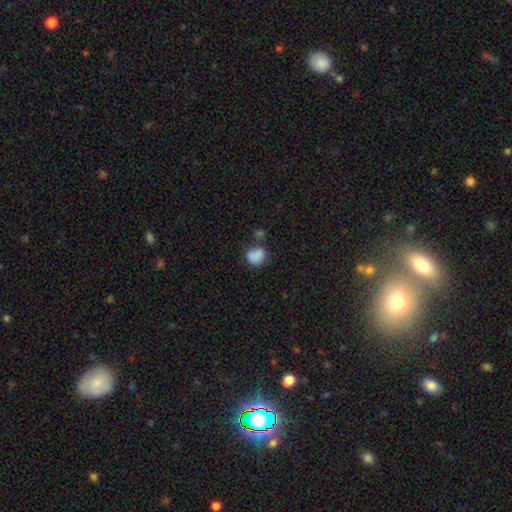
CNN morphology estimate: smooth_or_featured: smooth (p=0.83) [alt: star or artifact p=0.10]
how_rounded: round (p=0.64) [alt: in between p=0.35]
merging: none (p=0.53) [alt: minor disturbance p=0.21]